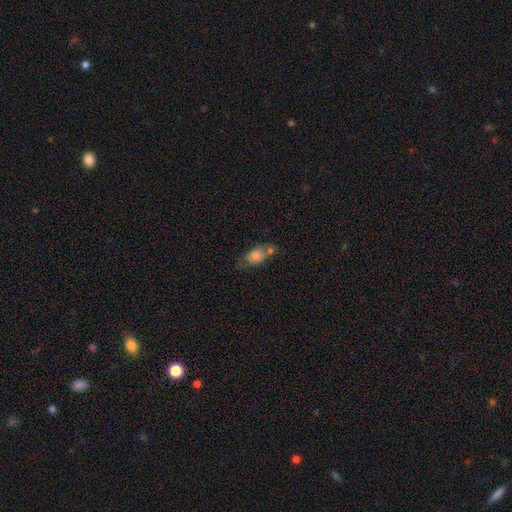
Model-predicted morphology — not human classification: Smooth or featured: smooth — 74% (featured or disk — 17%)
How rounded: in between — 75% (round — 20%)
Merging: none — 40% (merger — 33%)